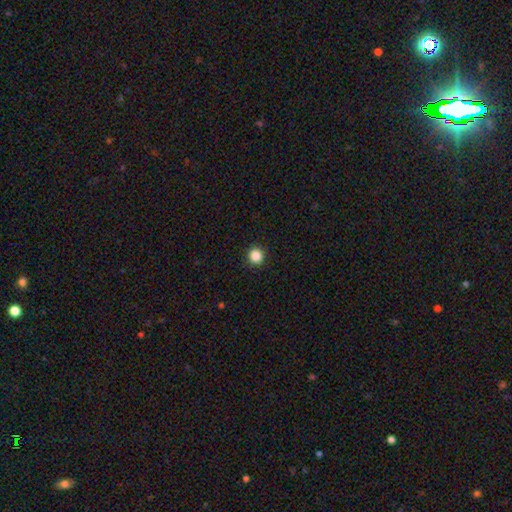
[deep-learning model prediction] Morphology: type=smooth (87%); roundness=round (93%); merging=none (92%).